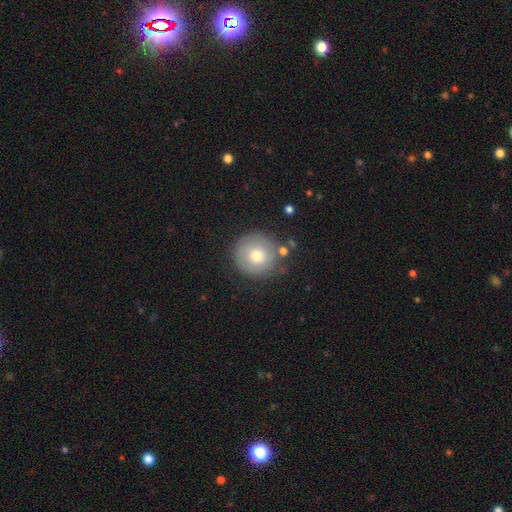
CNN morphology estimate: This appears to be a smooth galaxy with no disk features (68%) that is round (95%). Merging: none (80%).